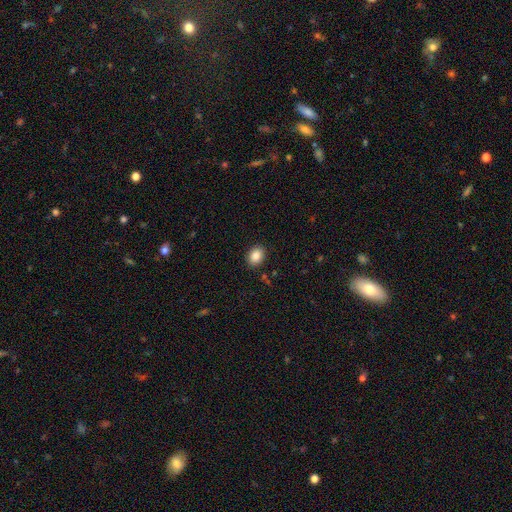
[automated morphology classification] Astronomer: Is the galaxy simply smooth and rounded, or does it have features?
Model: smooth — 87%.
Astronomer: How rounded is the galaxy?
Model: in between — 55% (runner-up: round, 44%).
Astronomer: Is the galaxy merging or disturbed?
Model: none — 89%.